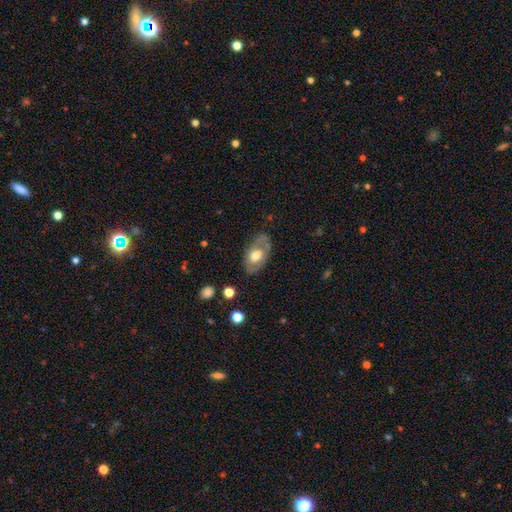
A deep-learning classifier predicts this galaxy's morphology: Smooth or featured? Predicted: featured or disk (p=0.52). Edge-on disk? Predicted: no (p=0.89). Merging? Predicted: none (p=0.70).